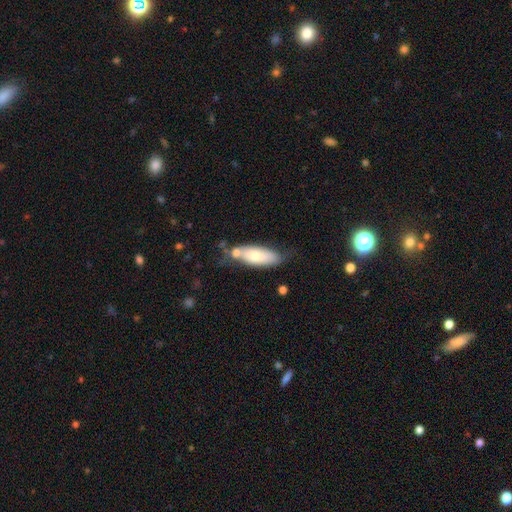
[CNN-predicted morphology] smooth-or-featured: smooth: 71% | featured or disk: 23% | star or artifact: 6%
  how-rounded: in between: 68% | cigar-shaped: 30% | round: 2%
  merging: none: 49% | minor disturbance: 24% | merger: 19% | major disturbance: 8%